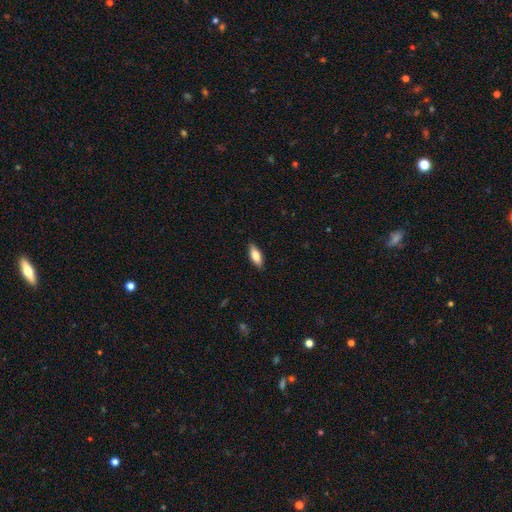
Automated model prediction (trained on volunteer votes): Smooth or featured: smooth — 77% (featured or disk — 17%)
How rounded: in between — 77% (cigar-shaped — 21%)
Merging: none — 88% (minor disturbance — 9%)